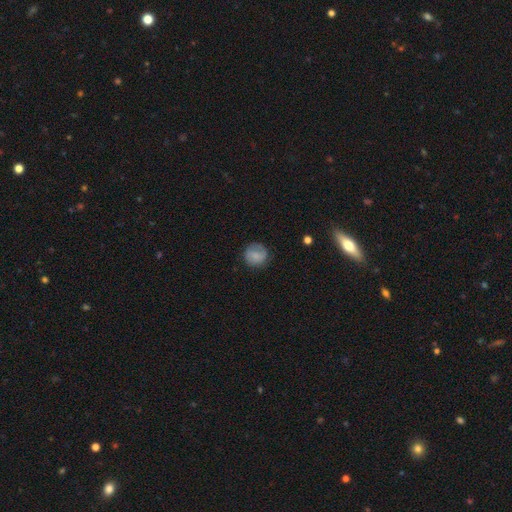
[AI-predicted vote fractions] Overall: smooth (72%). How rounded: round (90%). Merging: none (74%).